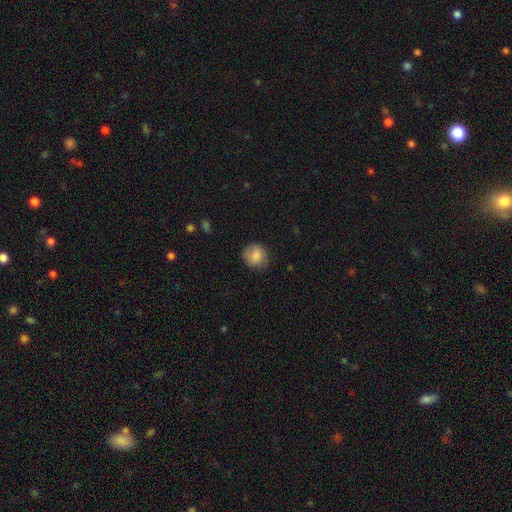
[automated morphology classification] A smooth galaxy with no disk features (80%) that is round (86%). Merging: none (75%).